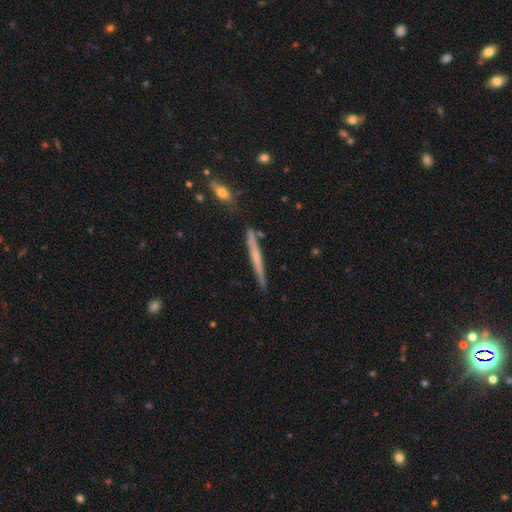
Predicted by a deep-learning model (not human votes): Overall: featured or disk (53%; smooth 41%). Edge-on disk: yes (97%). Edge-on bulge: none (67%). Merging: none (86%).